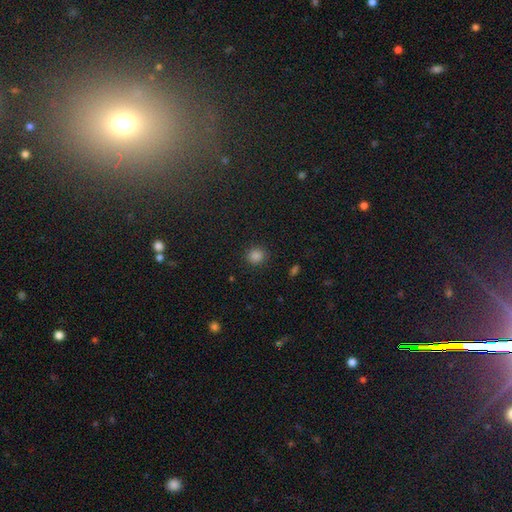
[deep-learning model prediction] The model was most divided on "how rounded": round: 85%, in between: 14%, cigar-shaped: 1%. More confident: merging — none (90%); smooth or featured — smooth (84%).